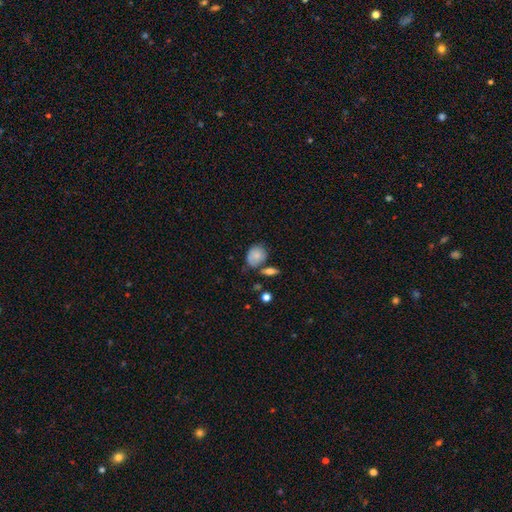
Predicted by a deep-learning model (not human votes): This is likely a smooth galaxy (79%). How rounded: possibly in between (57%). Merging: possibly none (52%).